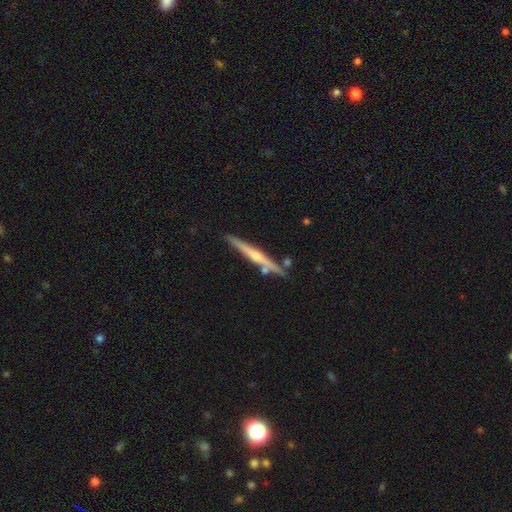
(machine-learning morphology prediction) featured or disk 72%, smooth 22%, star or artifact 6%. Down the decision tree: edge-on disk — yes (97%); edge-on bulge — rounded (72%); merging — none (84%).